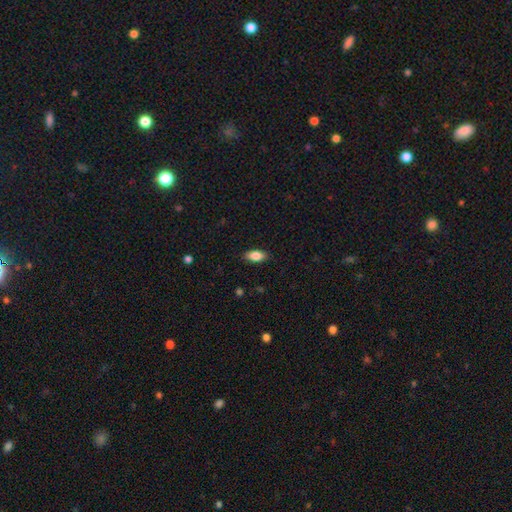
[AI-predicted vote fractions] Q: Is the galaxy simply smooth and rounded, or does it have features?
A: smooth — 85%.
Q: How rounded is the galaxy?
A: in between — 89%.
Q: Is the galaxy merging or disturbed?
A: none — 87%.